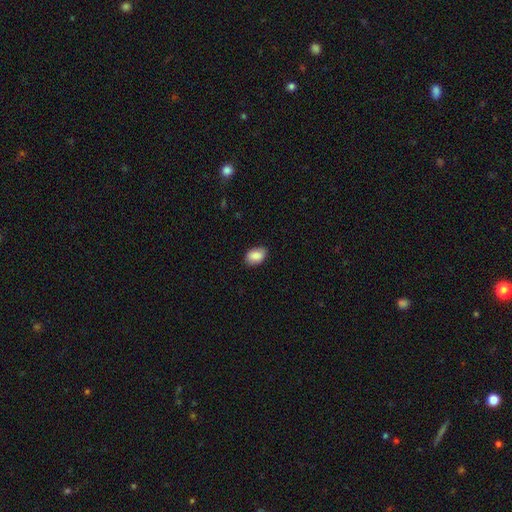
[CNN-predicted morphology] Smooth or featured? smooth (88%)
How rounded? in between (86%)
Merging? none (83%)